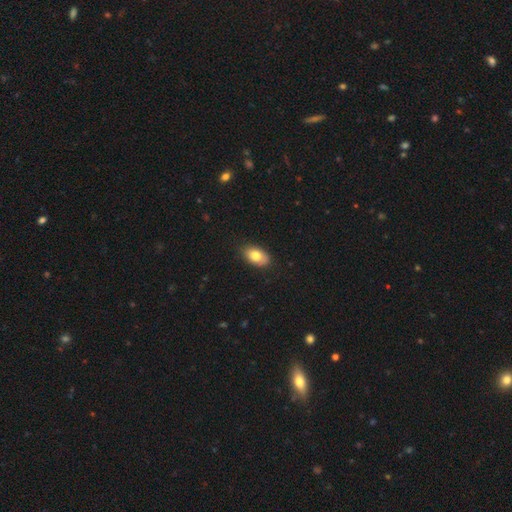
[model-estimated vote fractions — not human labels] Morphology: type=smooth (78%); roundness=in between (90%); merging=none (83%).